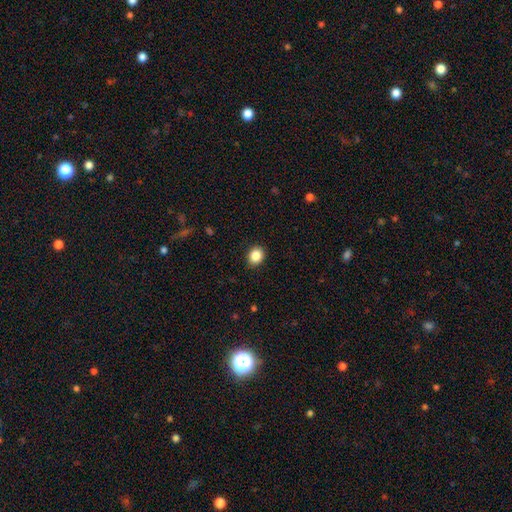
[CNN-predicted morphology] smooth_or_featured: smooth (p=0.87) [alt: star or artifact p=0.09]
how_rounded: round (p=0.61) [alt: in between p=0.39]
merging: none (p=0.90) [alt: minor disturbance p=0.07]